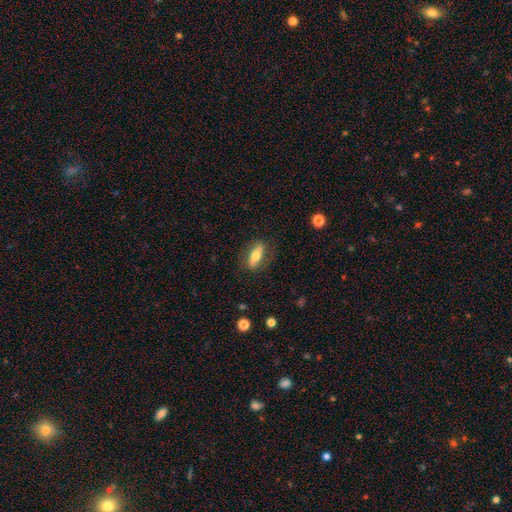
smooth-or-featured: smooth: 56% | featured or disk: 36% | star or artifact: 8%
  how-rounded: in between: 73% | cigar-shaped: 23% | round: 5%
  merging: none: 67% | minor disturbance: 19% | major disturbance: 11% | merger: 3%